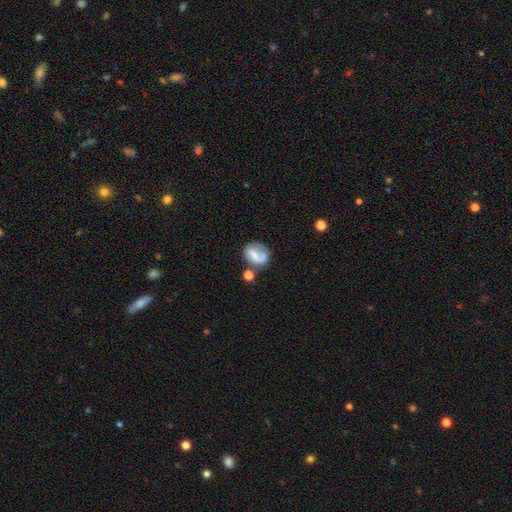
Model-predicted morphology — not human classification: type=smooth (53%); roundness=in between (53%); merging=none (44%).